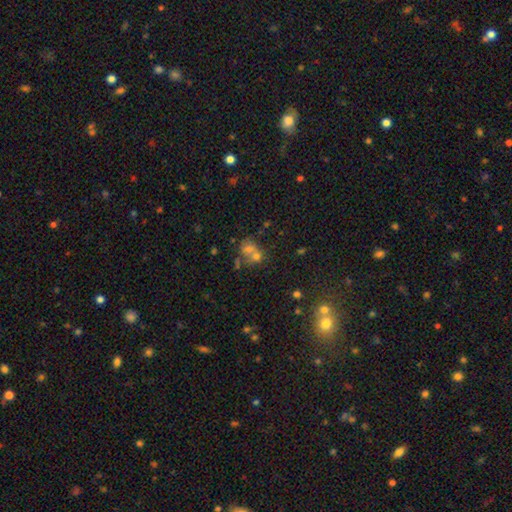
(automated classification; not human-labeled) Overall: smooth (55%; star or artifact 25%). How rounded: round (69%; in between 30%). Merging: merger (49%; none 38%).